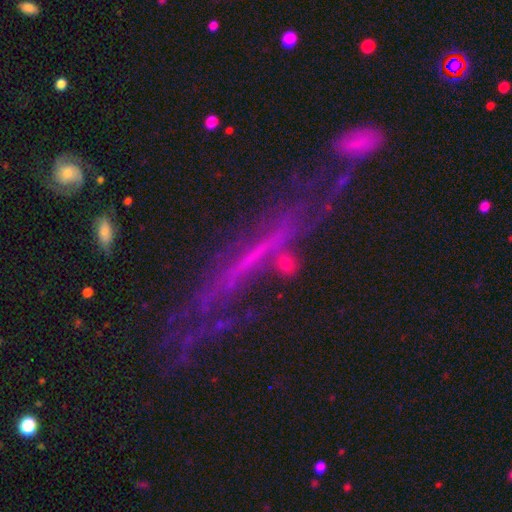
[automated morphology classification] Smooth or featured: featured or disk — 61% (smooth — 21%)
Edge-on disk: yes — 63% (no — 37%)
Merging: none — 53% (minor disturbance — 21%)